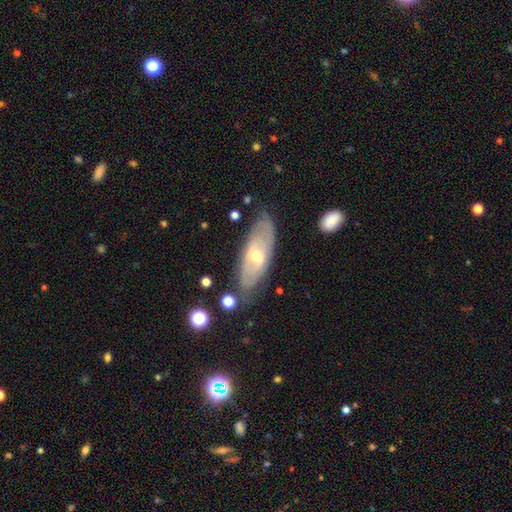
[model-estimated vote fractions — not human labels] Morphology: type=featured or disk (65%); edge-on=no (79%); bar=no (46%); spiral arms=yes (62%); bulge=moderate (49%); merging=none (76%).